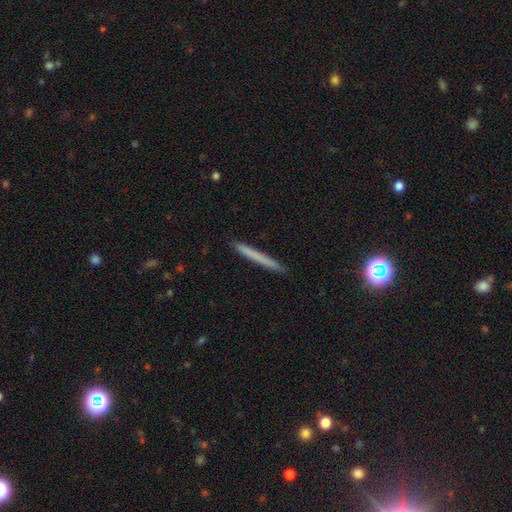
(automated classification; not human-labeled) Smooth or featured?
  - smooth: 66% *
  - featured or disk: 28%
  - star or artifact: 7%
How rounded?
  - cigar-shaped: 97% *
  - in between: 2%
  - round: 1%
Merging?
  - none: 91% *
  - minor disturbance: 7%
  - major disturbance: 1%
  - merger: 1%